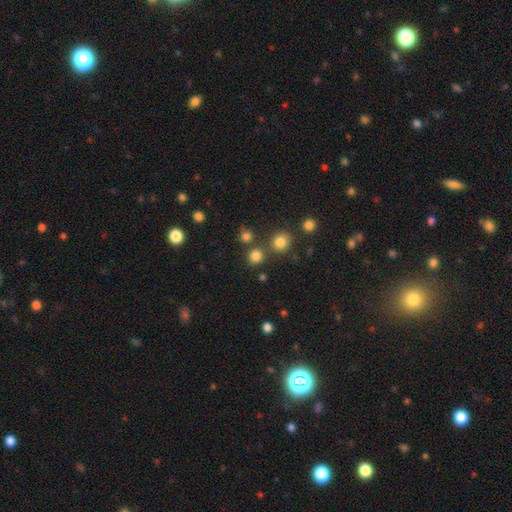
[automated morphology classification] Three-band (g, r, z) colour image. It shows a smooth galaxy with no disk features (80%) that is round (89%). Merging: none (77%).